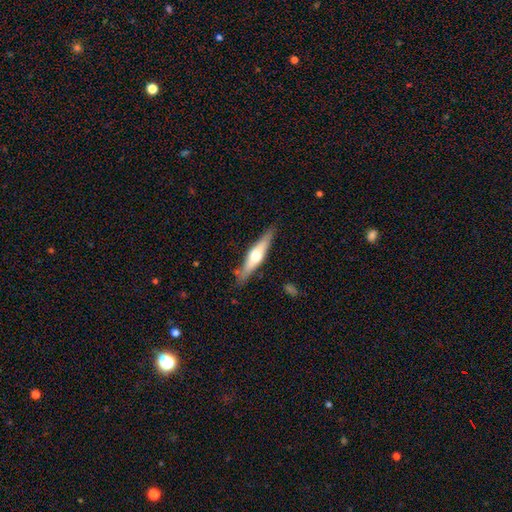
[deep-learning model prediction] Morphology: type=featured or disk (54%); edge-on=yes (93%); edge-on bulge=rounded (90%); merging=none (81%).